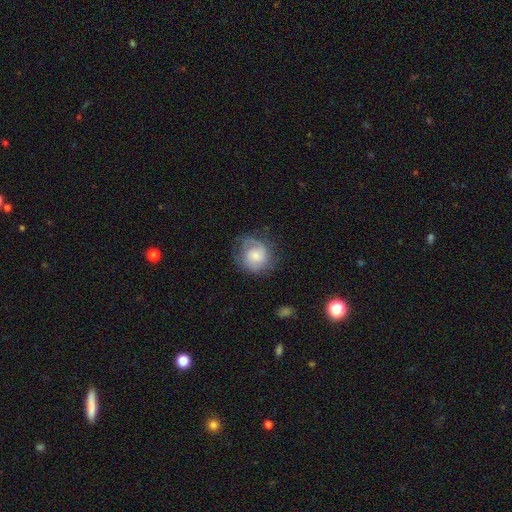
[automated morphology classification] smooth_or_featured: featured or disk (p=0.62) [alt: smooth p=0.30]
disk_edge_on: no (p=0.98) [alt: yes p=0.02]
bar: no (p=0.67) [alt: weak p=0.29]
has_spiral_arms: yes (p=0.89) [alt: no p=0.11]
spiral_winding: tight (p=0.45) [alt: medium p=0.39]
spiral_arm_count: 2 (p=0.50) [alt: can't tell p=0.21]
bulge_size: small (p=0.42) [alt: moderate p=0.39]
merging: none (p=0.67) [alt: minor disturbance p=0.20]